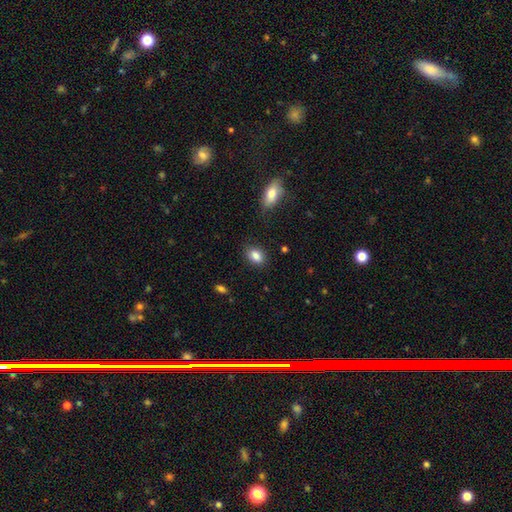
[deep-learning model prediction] Q: Smooth or featured?
A: smooth (86%); runner-up: star or artifact (9%)
Q: How rounded?
A: in between (76%); runner-up: round (23%)
Q: Merging?
A: none (84%); runner-up: minor disturbance (12%)